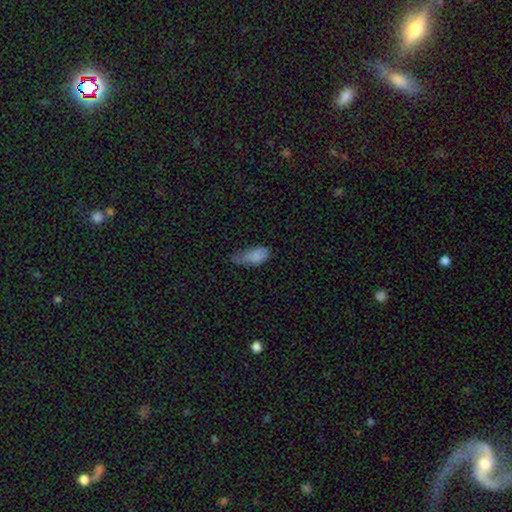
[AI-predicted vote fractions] This is clearly a smooth galaxy (82%). How rounded: clearly in between (89%). Merging: possibly minor disturbance (46%).